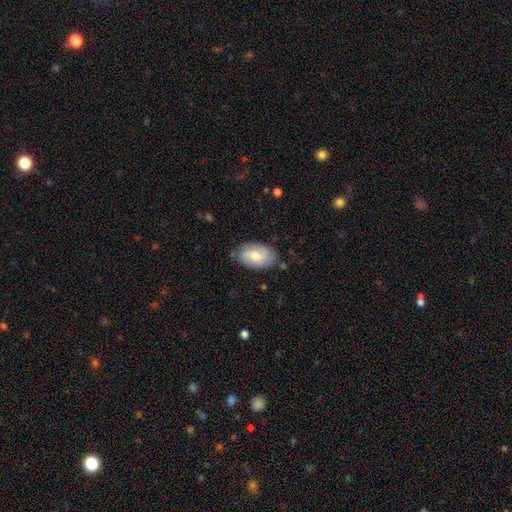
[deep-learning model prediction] A smooth galaxy with no disk features (58%) that is in between round and cigar-shaped (92%).

Vote fractions:
- Smooth or featured? smooth: 58% / featured or disk: 36% / star or artifact: 6%
- How rounded? in between: 92% / round: 7% / cigar-shaped: 2%
- Merging? none: 77% / minor disturbance: 18% / major disturbance: 4% / merger: 2%